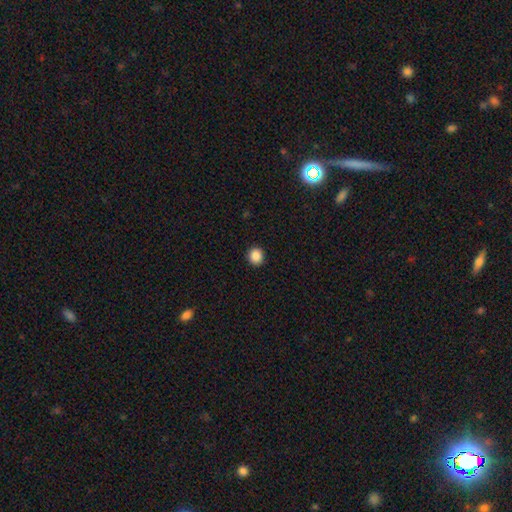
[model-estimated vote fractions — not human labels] A smooth galaxy with no disk features (88%) that is round (89%). Merging: none (92%).